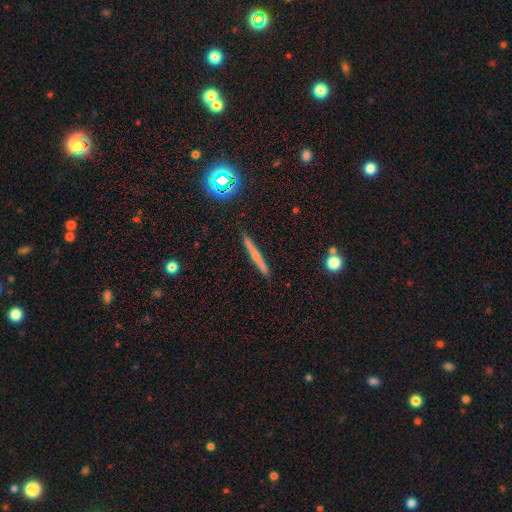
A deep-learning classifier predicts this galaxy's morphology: A smooth galaxy with no disk features (49%).

Vote fractions:
- Smooth or featured? smooth: 49% / featured or disk: 41% / star or artifact: 10%
- Merging? none: 91% / minor disturbance: 6% / major disturbance: 2% / merger: 1%